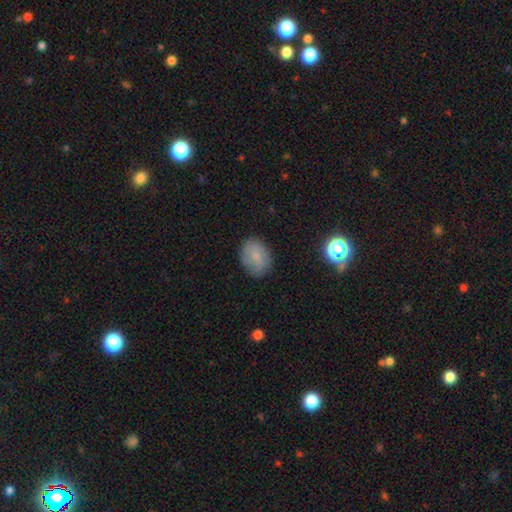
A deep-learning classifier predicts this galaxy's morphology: Smooth or featured: smooth — 76% (featured or disk — 15%)
How rounded: in between — 61% (round — 38%)
Merging: none — 77% (minor disturbance — 17%)